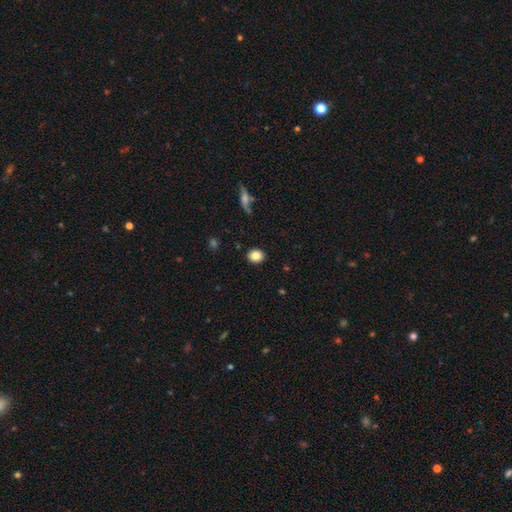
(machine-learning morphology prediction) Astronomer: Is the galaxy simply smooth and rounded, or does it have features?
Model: smooth — 84%.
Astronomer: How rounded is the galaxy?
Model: round — 68%.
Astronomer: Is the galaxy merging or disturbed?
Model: none — 90%.